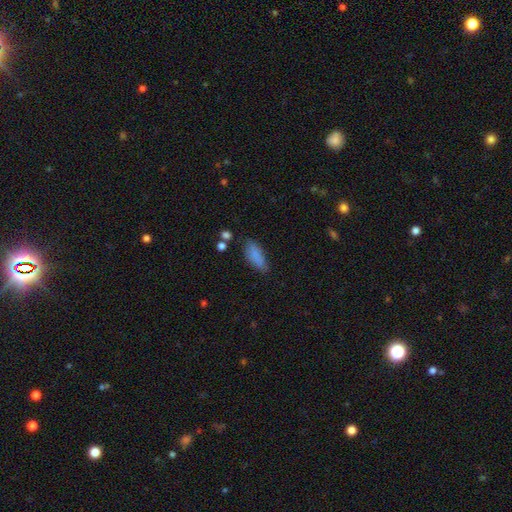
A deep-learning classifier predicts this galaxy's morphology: Smooth or featured? Predicted: smooth (p=0.84). How rounded? Predicted: in between (p=0.75). Merging? Predicted: none (p=0.72).